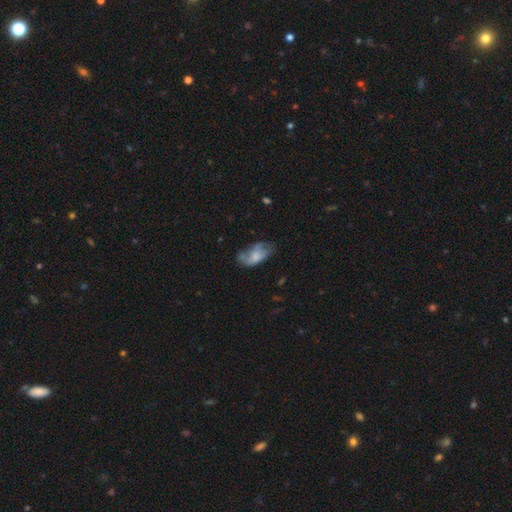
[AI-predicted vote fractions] smooth 49%, featured or disk 42%, star or artifact 8%. Down the decision tree: merging — none (40%).